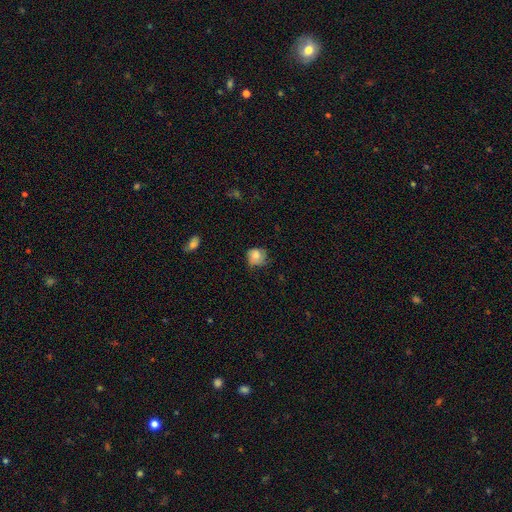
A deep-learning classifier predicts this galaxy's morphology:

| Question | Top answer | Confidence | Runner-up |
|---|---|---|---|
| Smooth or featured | smooth | 74% | featured or disk (17%) |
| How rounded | round | 77% | in between (22%) |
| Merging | none | 55% | minor disturbance (32%) |